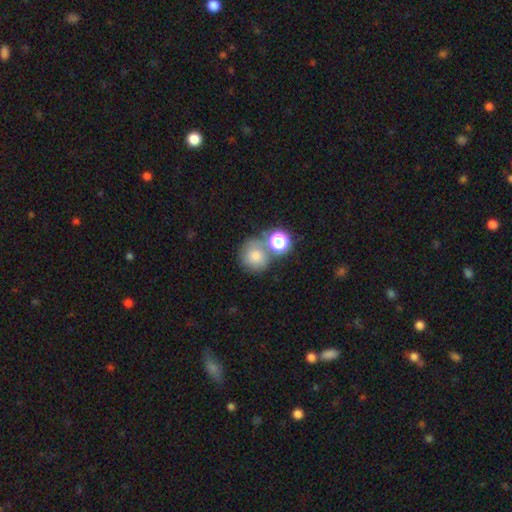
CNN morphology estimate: A smooth galaxy with no disk features (70%) that is round (85%). Merging: none (52%).